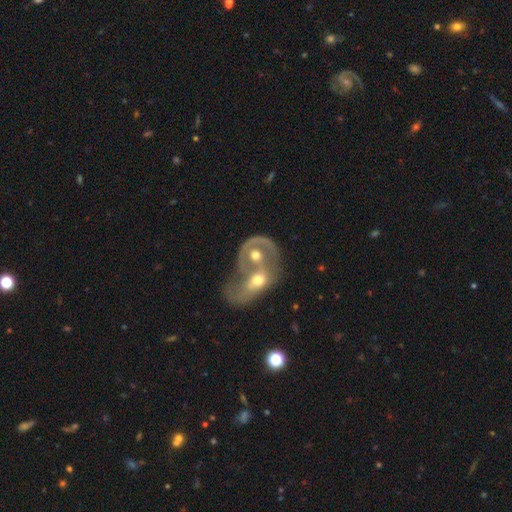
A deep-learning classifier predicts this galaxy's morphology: Smooth or featured? featured or disk (64%)
Edge-on disk? no (95%)
Bar? no (79%)
Spiral arms? no (52%)
Bulge size? moderate (73%)
Merging? merger (82%)